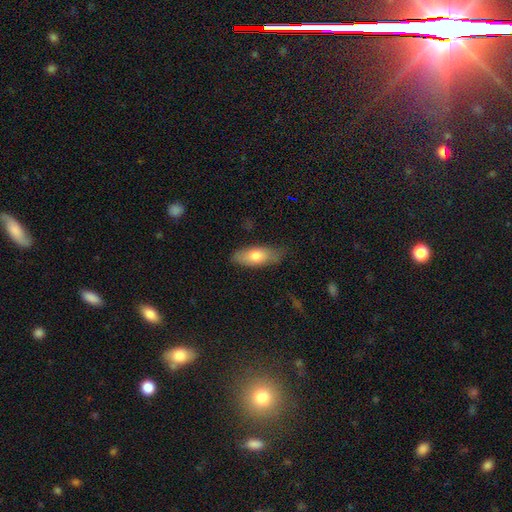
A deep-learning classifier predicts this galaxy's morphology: Smooth or featured?
  - smooth: 72% *
  - featured or disk: 22%
  - star or artifact: 6%
How rounded?
  - in between: 74% *
  - cigar-shaped: 23%
  - round: 3%
Merging?
  - none: 76% *
  - minor disturbance: 19%
  - major disturbance: 4%
  - merger: 1%